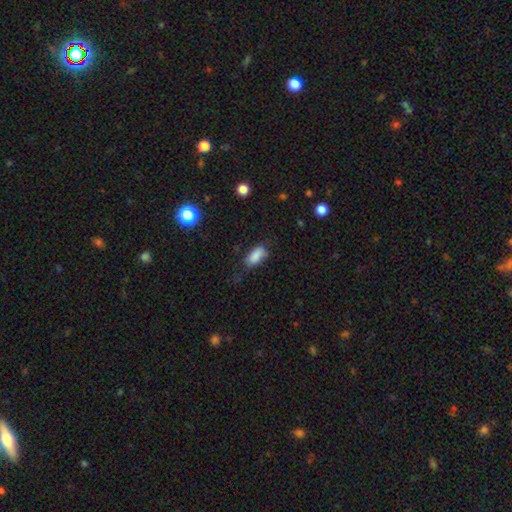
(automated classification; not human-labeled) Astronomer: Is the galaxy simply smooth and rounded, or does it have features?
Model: smooth — 85%.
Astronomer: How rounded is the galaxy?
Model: in between — 87%.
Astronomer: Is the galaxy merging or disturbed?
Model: none — 62%.